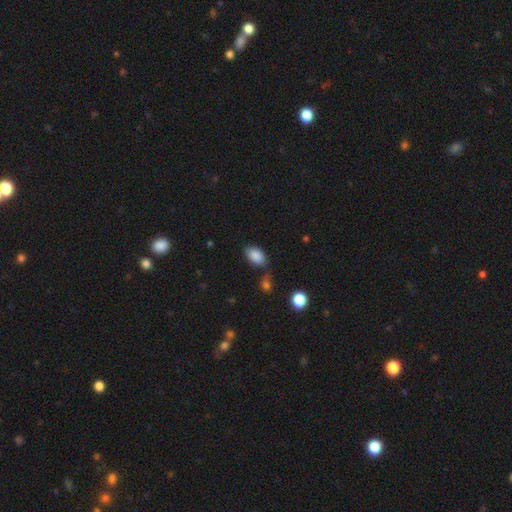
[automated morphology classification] smooth_or_featured: smooth (p=0.88) [alt: star or artifact p=0.08]
how_rounded: in between (p=0.91) [alt: round p=0.08]
merging: none (p=0.71) [alt: minor disturbance p=0.18]